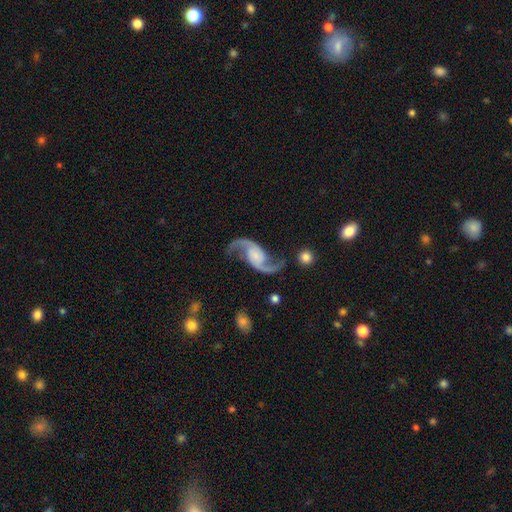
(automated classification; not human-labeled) Smooth or featured?
  - featured or disk: 92% *
  - star or artifact: 4%
  - smooth: 3%
Edge-on disk?
  - no: 97% *
  - yes: 3%
Bar?
  - no: 60% *
  - weak: 30%
  - strong: 11%
Spiral arms?
  - yes: 98% *
  - no: 2%
Spiral winding?
  - loose: 76% *
  - medium: 20%
  - tight: 4%
Spiral arm count?
  - 2: 95% *
  - 1: 1%
  - can't tell: 1%
  - 3: 1%
  - 4: 1%
  - more than 4: 1%
Bulge size?
  - small: 43% *
  - moderate: 24%
  - none: 20%
  - large: 10%
  - dominant: 3%
Merging?
  - none: 75% *
  - minor disturbance: 13%
  - major disturbance: 9%
  - merger: 3%